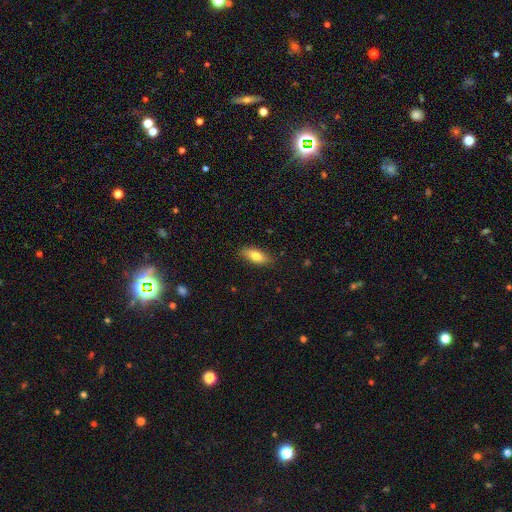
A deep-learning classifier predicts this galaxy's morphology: A smooth galaxy with no disk features (80%) that is in between round and cigar-shaped (83%). Merging: none (86%).